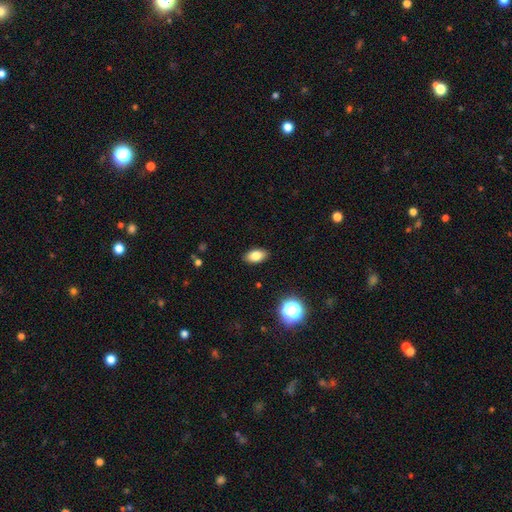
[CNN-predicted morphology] This is clearly a smooth galaxy (81%). How rounded: clearly in between (91%). Merging: clearly none (89%).